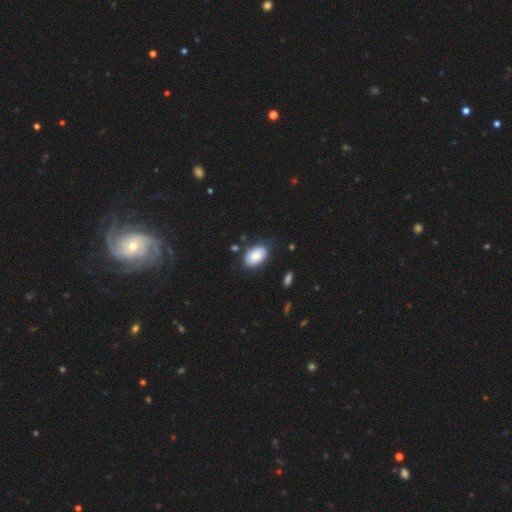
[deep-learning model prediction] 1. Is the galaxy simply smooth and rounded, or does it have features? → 81% smooth, 12% featured or disk, 7% star or artifact.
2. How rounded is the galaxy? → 91% in between, 8% round, 1% cigar-shaped.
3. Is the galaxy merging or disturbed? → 74% none, 18% minor disturbance, 4% major disturbance, 3% merger.